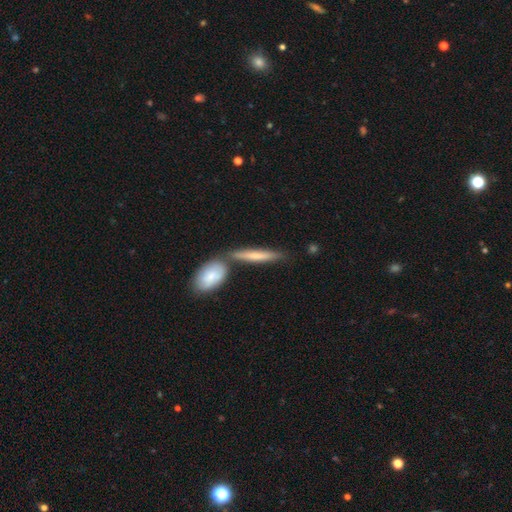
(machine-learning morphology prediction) smooth_or_featured: smooth (p=0.63) [alt: featured or disk p=0.31]
how_rounded: cigar-shaped (p=0.83) [alt: in between p=0.15]
merging: none (p=0.62) [alt: merger p=0.23]